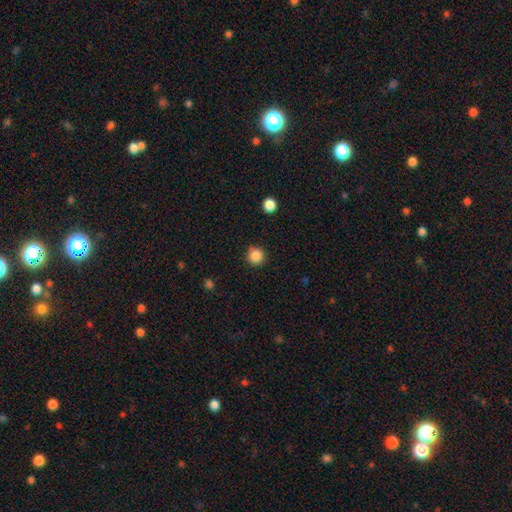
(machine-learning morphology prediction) smooth-or-featured: smooth: 86% | star or artifact: 11% | featured or disk: 3%
  how-rounded: round: 95% | in between: 4% | cigar-shaped: 1%
  merging: none: 89% | minor disturbance: 8% | major disturbance: 2% | merger: 1%